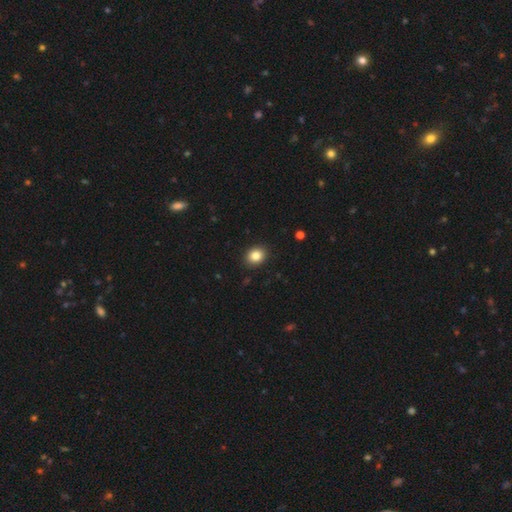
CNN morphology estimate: Smooth or featured?
  - smooth: 85% *
  - star or artifact: 10%
  - featured or disk: 6%
How rounded?
  - round: 57% *
  - in between: 42%
  - cigar-shaped: 1%
Merging?
  - none: 90% *
  - minor disturbance: 7%
  - major disturbance: 2%
  - merger: 1%